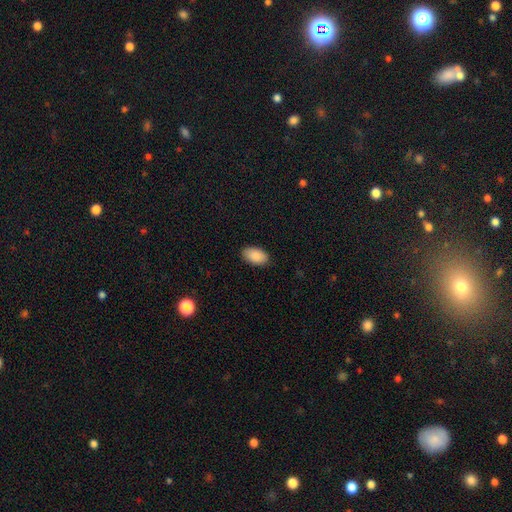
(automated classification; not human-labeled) Smooth or featured: smooth — 90% (star or artifact — 7%)
How rounded: in between — 94% (round — 4%)
Merging: none — 88% (minor disturbance — 9%)